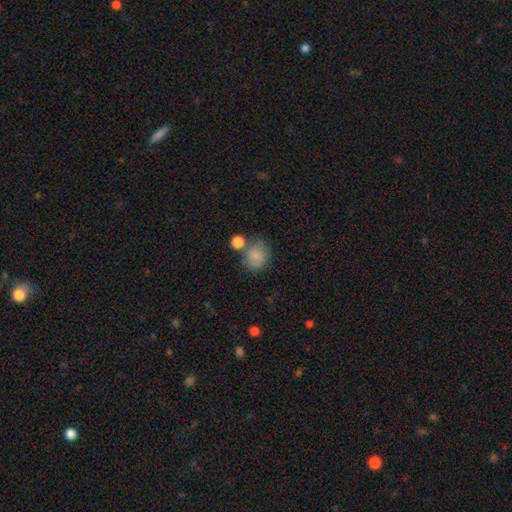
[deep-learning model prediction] This appears to be a smooth galaxy with no disk features (82%) that is round (64%). Merging: none (57%).